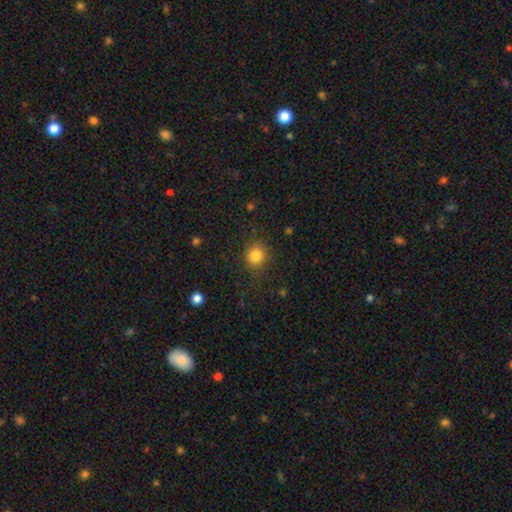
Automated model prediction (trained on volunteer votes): A smooth galaxy with no disk features (84%) that is round (82%). Merging: none (82%).